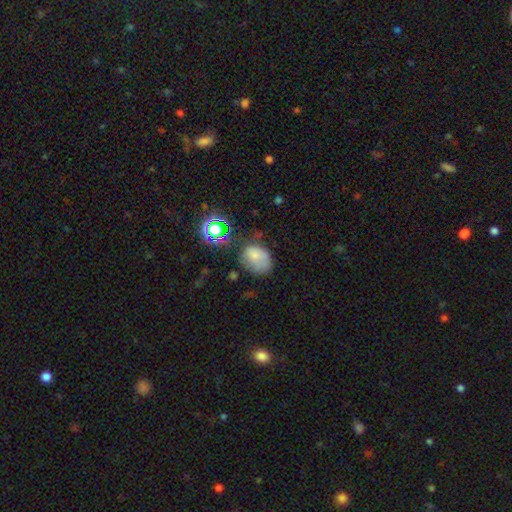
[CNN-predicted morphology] This appears to be a smooth galaxy with no disk features (70%) that is in between round and cigar-shaped (63%). Merging: none (38%).